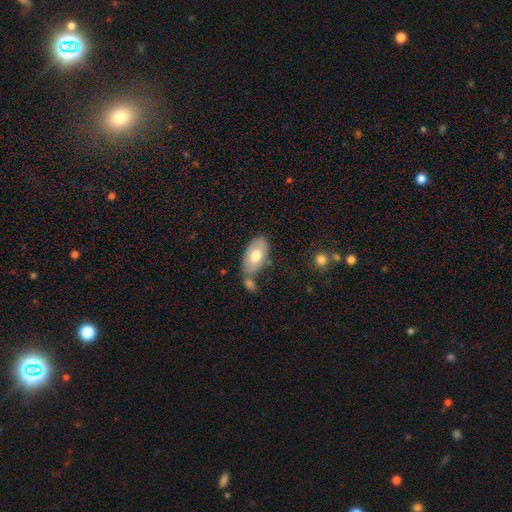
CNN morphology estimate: Smooth or featured? Predicted: smooth (p=0.71). How rounded? Predicted: in between (p=0.93). Merging? Predicted: none (p=0.54).